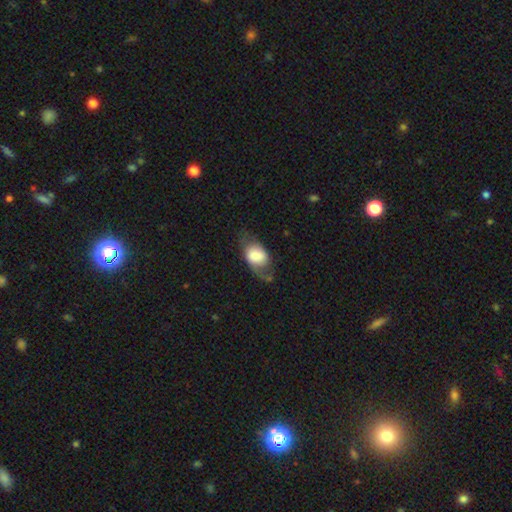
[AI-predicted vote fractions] Smooth or featured: smooth — 62% (featured or disk — 31%)
How rounded: in between — 79% (round — 19%)
Merging: none — 39% (minor disturbance — 30%)